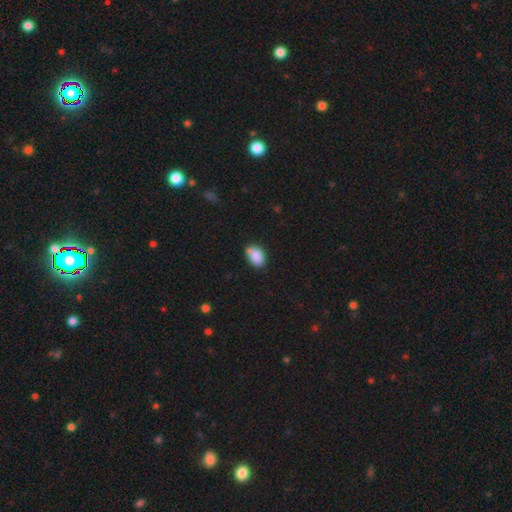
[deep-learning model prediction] smooth_or_featured: smooth (p=0.86) [alt: star or artifact p=0.08]
how_rounded: in between (p=0.85) [alt: round p=0.14]
merging: none (p=0.64) [alt: minor disturbance p=0.25]